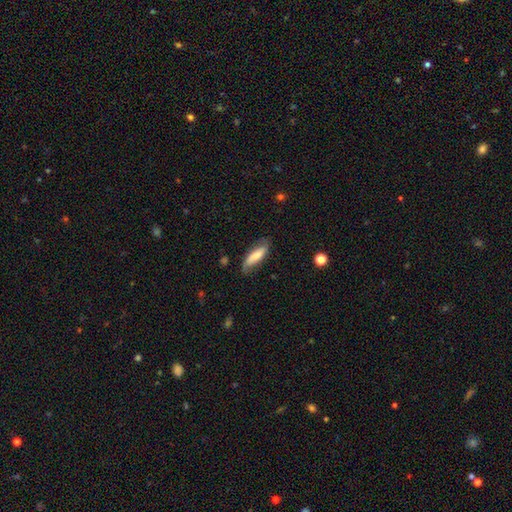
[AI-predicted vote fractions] Morphology: type=smooth (69%); roundness=cigar-shaped (50%); merging=none (63%).